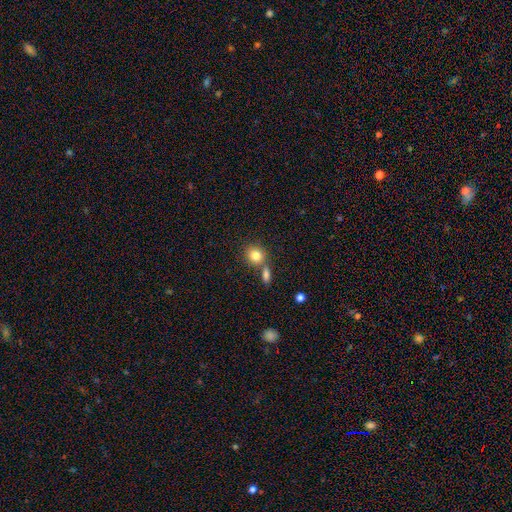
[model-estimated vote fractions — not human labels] Smooth or featured?
  - smooth: 82% *
  - star or artifact: 10%
  - featured or disk: 8%
How rounded?
  - round: 78% *
  - in between: 21%
  - cigar-shaped: 1%
Merging?
  - none: 61% *
  - merger: 26%
  - minor disturbance: 10%
  - major disturbance: 3%